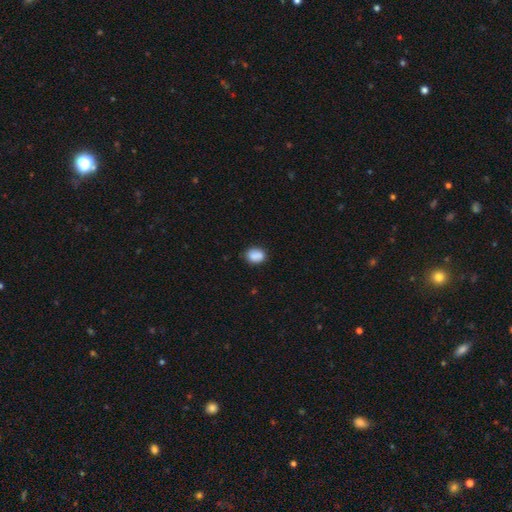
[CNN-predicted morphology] smooth-or-featured: smooth: 86% | star or artifact: 8% | featured or disk: 6%
  how-rounded: in between: 55% | round: 44% | cigar-shaped: 1%
  merging: none: 74% | minor disturbance: 18% | merger: 5% | major disturbance: 4%